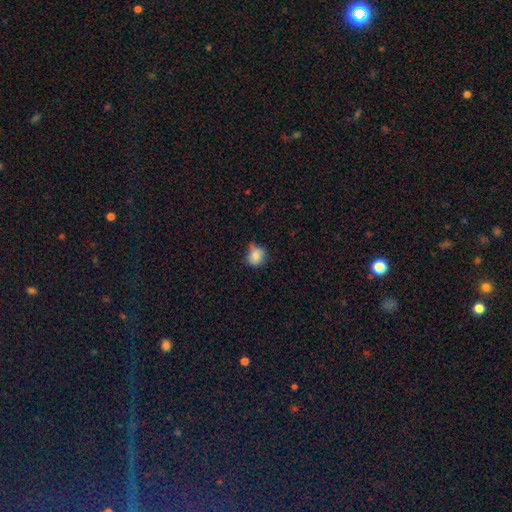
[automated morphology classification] A smooth galaxy with no disk features (81%) that is round (79%).

Vote fractions:
- Smooth or featured? smooth: 81% / star or artifact: 10% / featured or disk: 9%
- How rounded? round: 79% / in between: 20% / cigar-shaped: 1%
- Merging? none: 61% / minor disturbance: 29% / major disturbance: 5% / merger: 4%